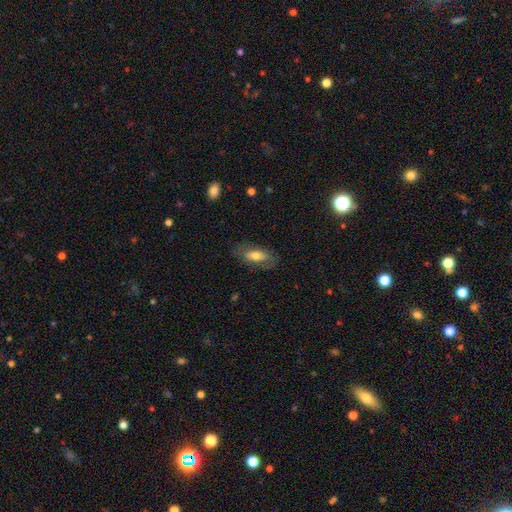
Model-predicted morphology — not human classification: This appears to be a smooth galaxy with no disk features (62%) that is in between round and cigar-shaped (83%). Merging: none (77%).